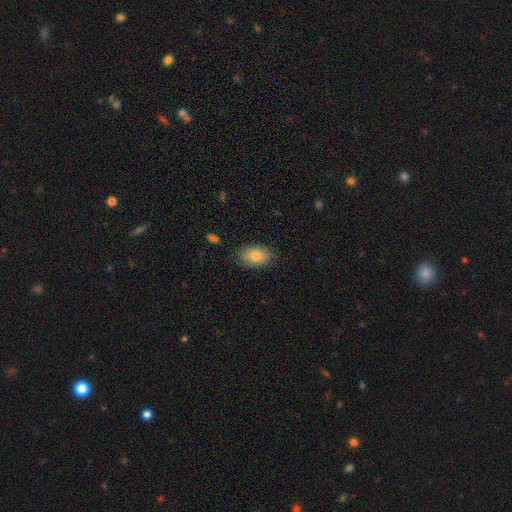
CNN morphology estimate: Overall: smooth (80%). How rounded: in between (86%). Merging: none (82%).